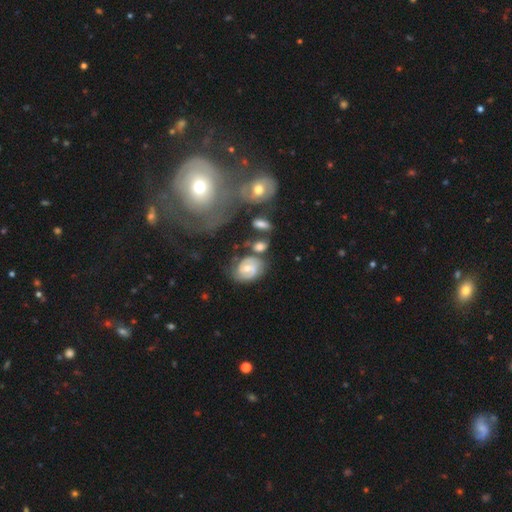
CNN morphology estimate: Smooth or featured? featured or disk (55%)
Edge-on disk? no (92%)
Bar? no (73%)
Spiral arms? yes (62%)
Bulge size? moderate (53%)
Merging? none (55%)